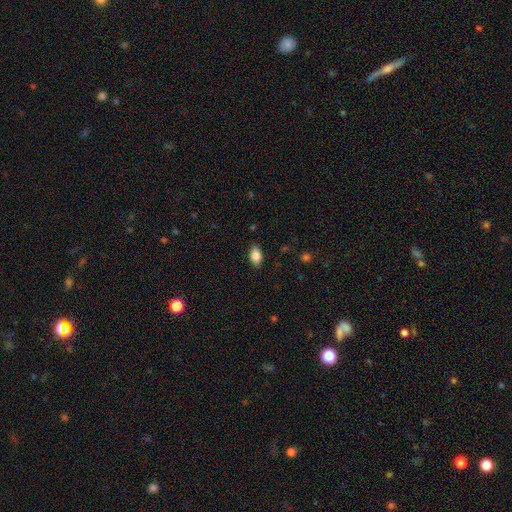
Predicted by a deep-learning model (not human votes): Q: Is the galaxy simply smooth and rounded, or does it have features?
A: smooth — 84%.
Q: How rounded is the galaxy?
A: in between — 89%.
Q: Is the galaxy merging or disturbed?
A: none — 85%.